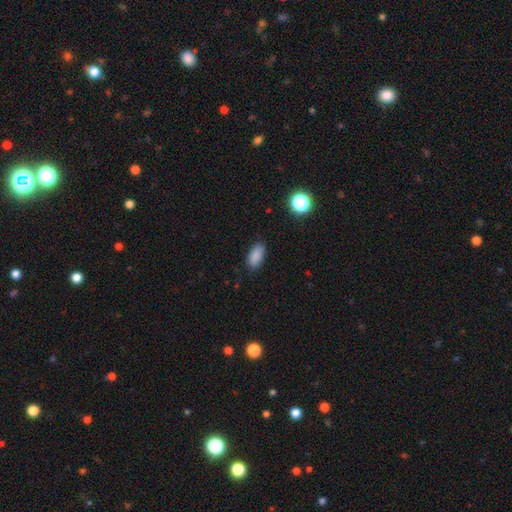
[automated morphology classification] type=smooth (86%); roundness=in between (91%); merging=none (84%).